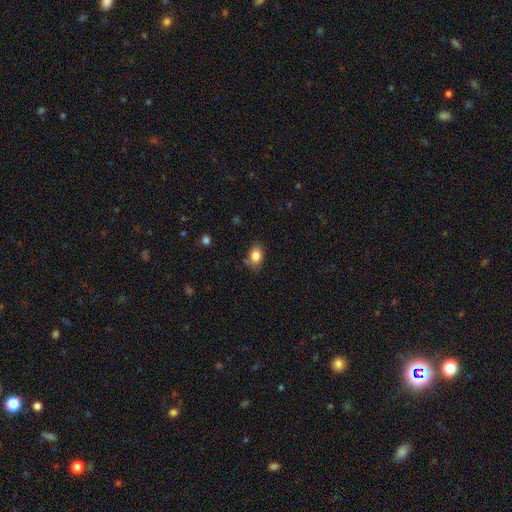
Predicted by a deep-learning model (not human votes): The model was most divided on "how rounded": in between: 74%, round: 25%, cigar-shaped: 1%. More confident: smooth or featured — smooth (83%); merging — none (73%).